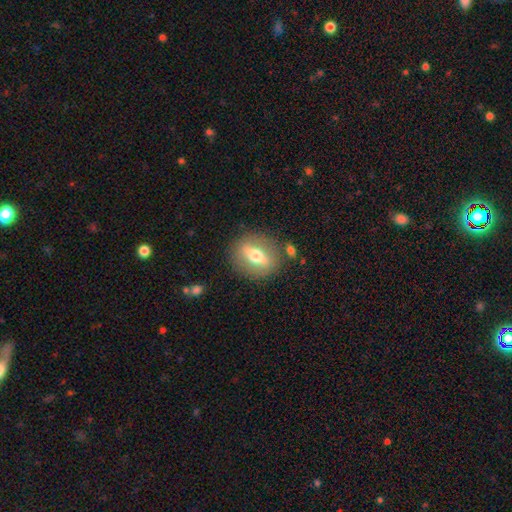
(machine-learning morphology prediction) A featured or disk galaxy (53%). Merging: none (84%).